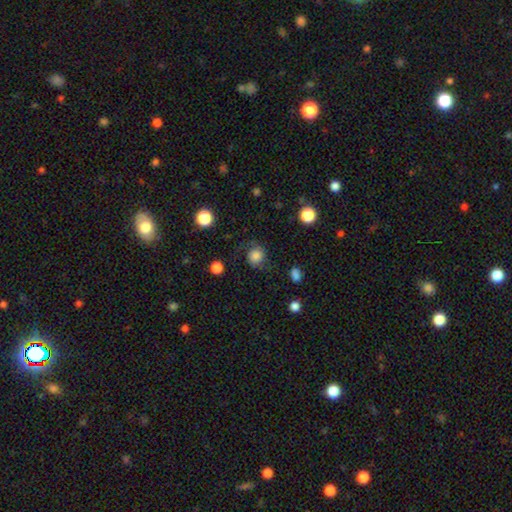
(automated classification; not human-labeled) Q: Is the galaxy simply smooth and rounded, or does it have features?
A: smooth — 65%.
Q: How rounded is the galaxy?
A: round — 85%.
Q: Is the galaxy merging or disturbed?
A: none — 68%.